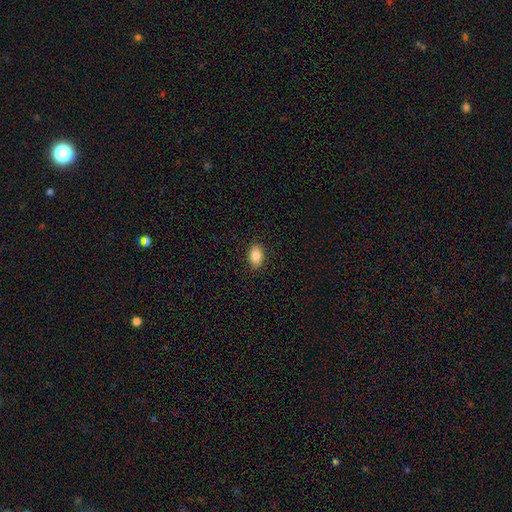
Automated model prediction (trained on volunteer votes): This is clearly a smooth galaxy (84%). How rounded: clearly in between (84%). Merging: clearly none (88%).